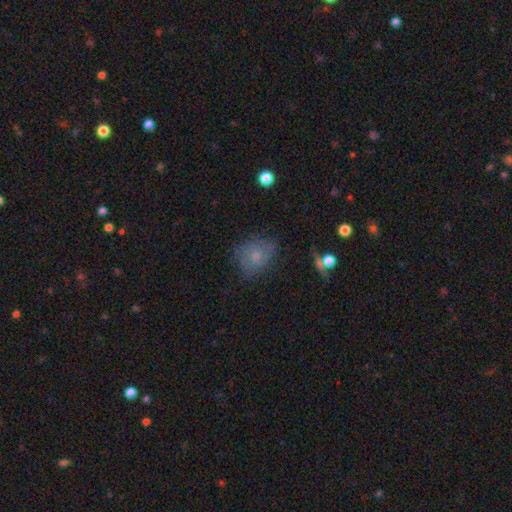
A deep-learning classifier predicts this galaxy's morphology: Smooth or featured: smooth — 60% (featured or disk — 28%)
How rounded: round — 55% (in between — 44%)
Merging: none — 60% (minor disturbance — 25%)